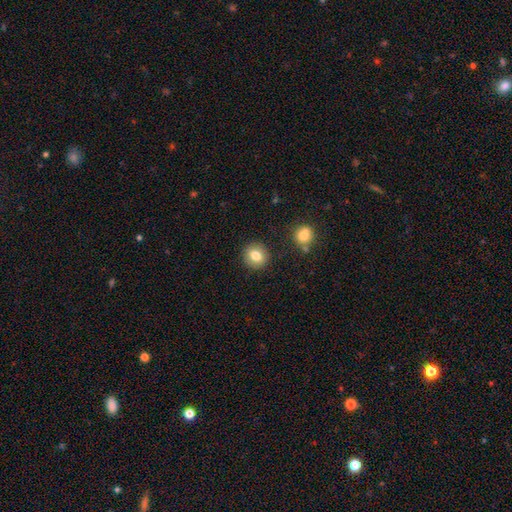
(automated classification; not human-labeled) smooth 80%, featured or disk 10%, star or artifact 10%. Down the decision tree: how rounded — round (87%); merging — none (89%).